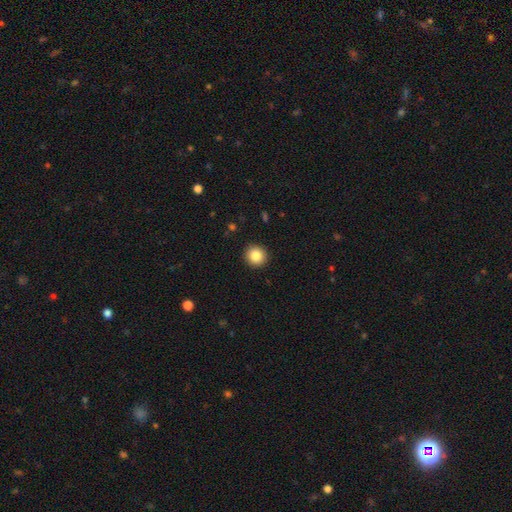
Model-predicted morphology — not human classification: A smooth galaxy with no disk features (85%) that is round (93%).

Vote fractions:
- Smooth or featured? smooth: 85% / star or artifact: 9% / featured or disk: 6%
- How rounded? round: 93% / in between: 6% / cigar-shaped: 1%
- Merging? none: 92% / minor disturbance: 5% / major disturbance: 2% / merger: 1%